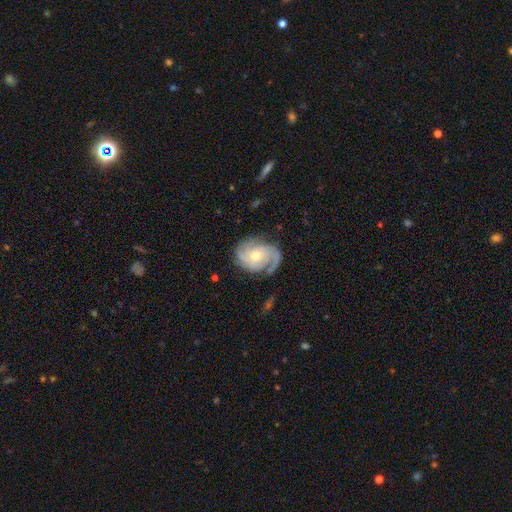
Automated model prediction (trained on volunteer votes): smooth-or-featured: featured or disk: 88% | smooth: 7% | star or artifact: 5%
  disk-edge-on: no: 98% | yes: 2%
    bar: no: 68% | weak: 26% | strong: 6%
    has-spiral-arms: yes: 97% | no: 3%
      spiral-winding: tight: 50% | medium: 38% | loose: 12%
      spiral-arm-count: 3: 36% | 2: 25% | can't tell: 16% | 4: 10% | 1: 7% | more than 4: 6%
    bulge-size: moderate: 49% | small: 47% | large: 2% | none: 1% | dominant: 1%
  merging: none: 73% | minor disturbance: 18% | major disturbance: 8% | merger: 2%